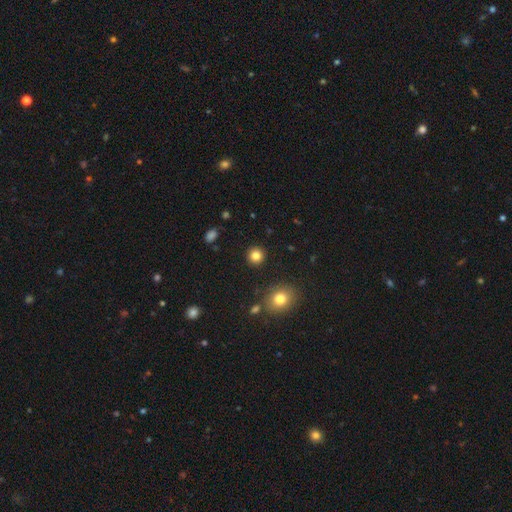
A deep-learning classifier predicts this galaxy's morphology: Smooth or featured?
  - smooth: 83% *
  - star or artifact: 12%
  - featured or disk: 5%
How rounded?
  - round: 93% *
  - in between: 6%
  - cigar-shaped: 1%
Merging?
  - none: 92% *
  - minor disturbance: 5%
  - major disturbance: 2%
  - merger: 2%